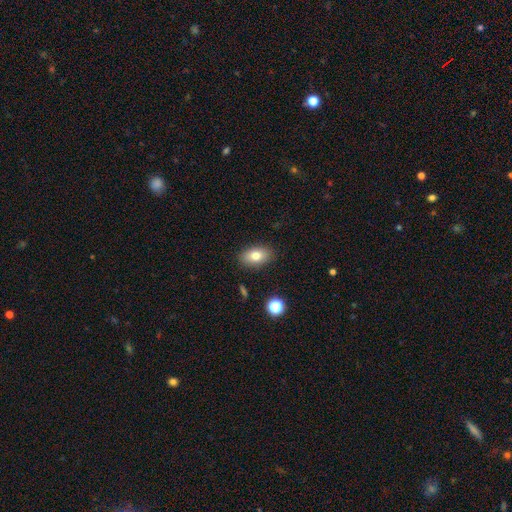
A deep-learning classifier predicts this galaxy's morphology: Q: Smooth or featured?
A: smooth (78%); runner-up: featured or disk (13%)
Q: How rounded?
A: in between (88%); runner-up: round (10%)
Q: Merging?
A: none (87%); runner-up: minor disturbance (9%)